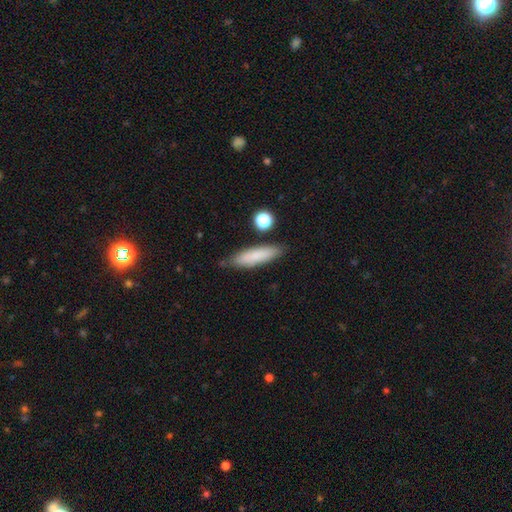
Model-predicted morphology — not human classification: A smooth galaxy with no disk features (80%) that is cigar-shaped (69%).

Vote fractions:
- Smooth or featured? smooth: 80% / featured or disk: 12% / star or artifact: 7%
- How rounded? cigar-shaped: 69% / in between: 29% / round: 2%
- Merging? none: 79% / minor disturbance: 14% / merger: 4% / major disturbance: 3%